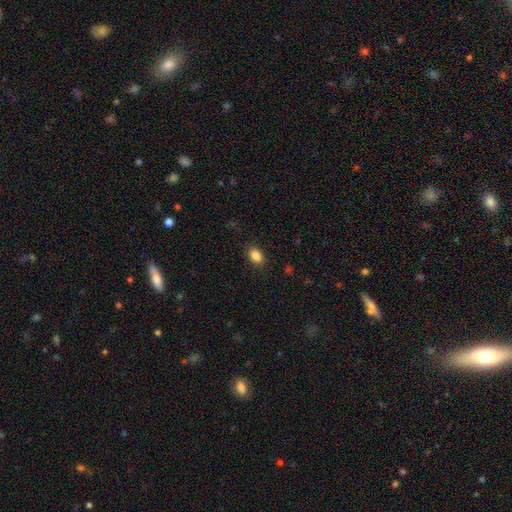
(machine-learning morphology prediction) A smooth galaxy with no disk features (86%) that is in between round and cigar-shaped (82%).

Vote fractions:
- Smooth or featured? smooth: 86% / star or artifact: 9% / featured or disk: 5%
- How rounded? in between: 82% / round: 17% / cigar-shaped: 2%
- Merging? none: 88% / minor disturbance: 9% / major disturbance: 2% / merger: 1%